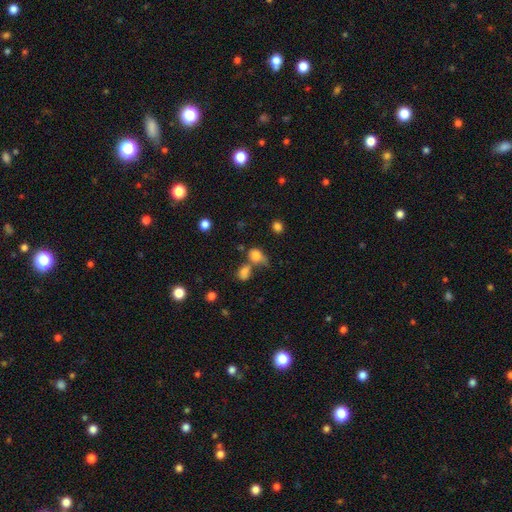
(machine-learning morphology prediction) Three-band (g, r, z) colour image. It shows a smooth galaxy with no disk features (78%) that is in between round and cigar-shaped (55%). Merging: merger (41%).